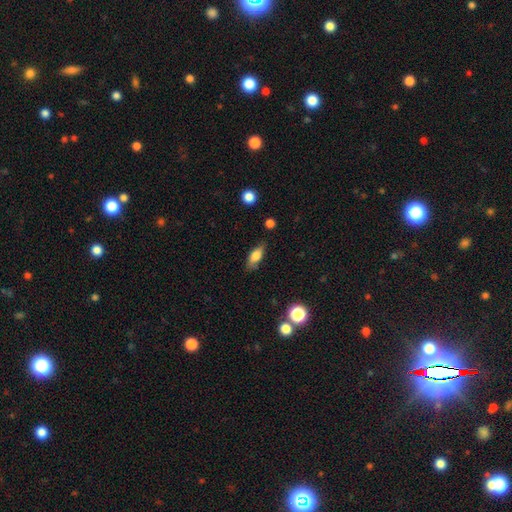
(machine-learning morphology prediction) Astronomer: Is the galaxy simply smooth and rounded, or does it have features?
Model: smooth — 72%.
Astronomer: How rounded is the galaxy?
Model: in between — 75%.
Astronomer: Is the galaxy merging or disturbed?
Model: none — 76%.